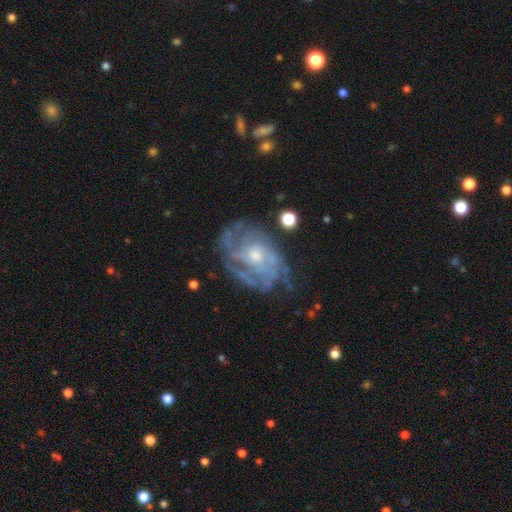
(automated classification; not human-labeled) Overall: featured or disk (86%). Edge-on disk: no (97%). Bar: no (72%). Spiral arms: yes (95%). Spiral arm count: can't tell (34%; 3 20%). Spiral winding: tight (63%; medium 29%). Bulge size: small (50%; moderate 45%). Merging: none (69%).